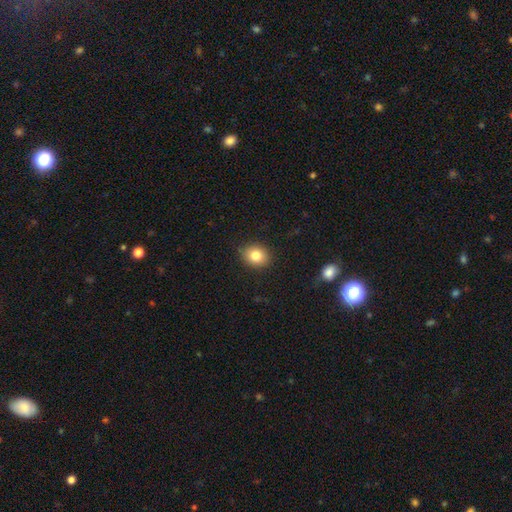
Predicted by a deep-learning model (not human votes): smooth 81%, star or artifact 10%, featured or disk 9%. Down the decision tree: how rounded — round (57%); merging — none (85%).